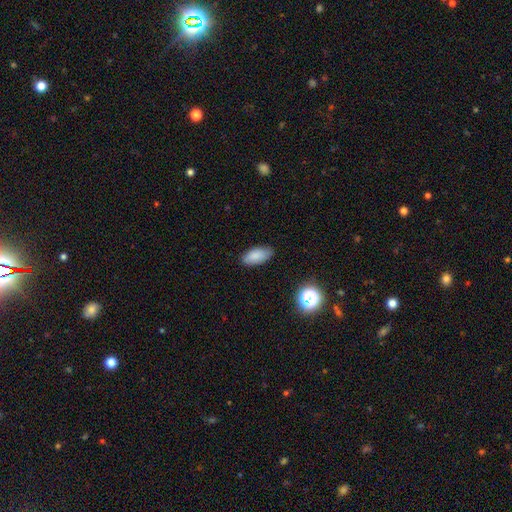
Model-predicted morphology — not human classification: smooth_or_featured: smooth (p=0.84) [alt: star or artifact p=0.09]
how_rounded: in between (p=0.89) [alt: cigar-shaped p=0.08]
merging: none (p=0.82) [alt: minor disturbance p=0.14]